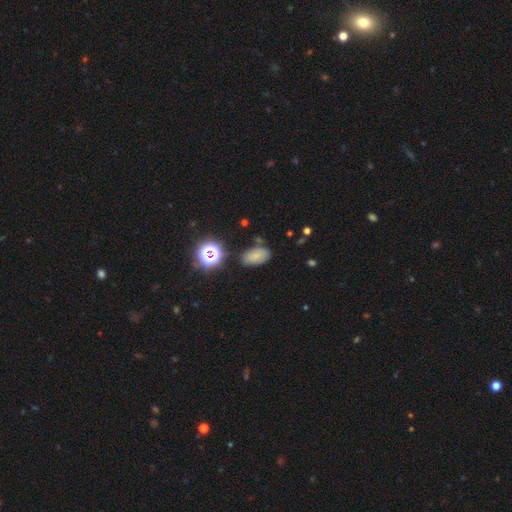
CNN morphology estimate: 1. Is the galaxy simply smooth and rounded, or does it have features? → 70% smooth, 18% star or artifact, 12% featured or disk.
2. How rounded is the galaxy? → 90% in between, 8% round, 2% cigar-shaped.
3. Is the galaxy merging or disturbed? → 75% none, 16% minor disturbance, 4% merger, 4% major disturbance.